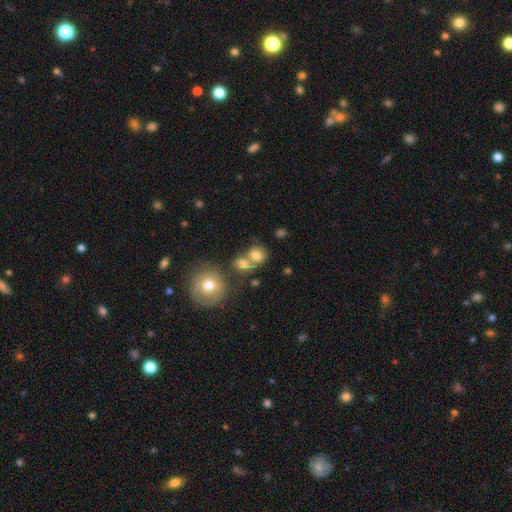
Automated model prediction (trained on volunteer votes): Morphology: type=smooth (73%); roundness=round (61%); merging=merger (49%).